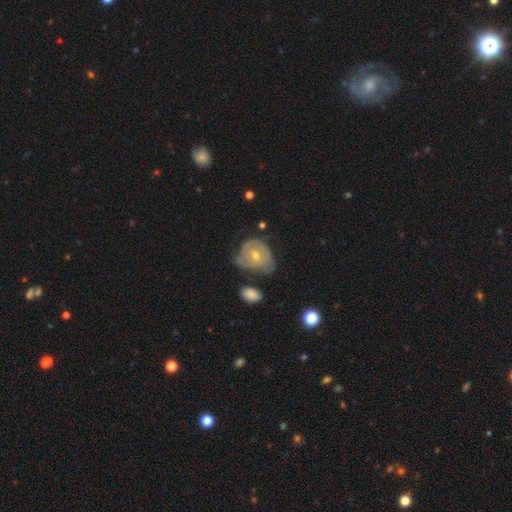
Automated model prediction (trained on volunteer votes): Smooth or featured? Predicted: featured or disk (p=0.57). Edge-on disk? Predicted: no (p=0.96). Bar? Predicted: no (p=0.74). Spiral arms? Predicted: yes (p=0.62). Bulge size? Predicted: small (p=0.50). Merging? Predicted: minor disturbance (p=0.36).